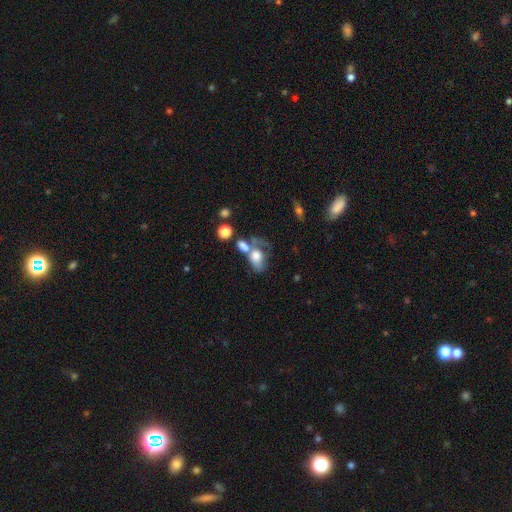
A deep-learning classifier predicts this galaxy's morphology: smooth-or-featured: smooth: 66% | featured or disk: 23% | star or artifact: 11%
  how-rounded: in between: 75% | round: 23% | cigar-shaped: 2%
  merging: merger: 50% | major disturbance: 20% | none: 18% | minor disturbance: 12%